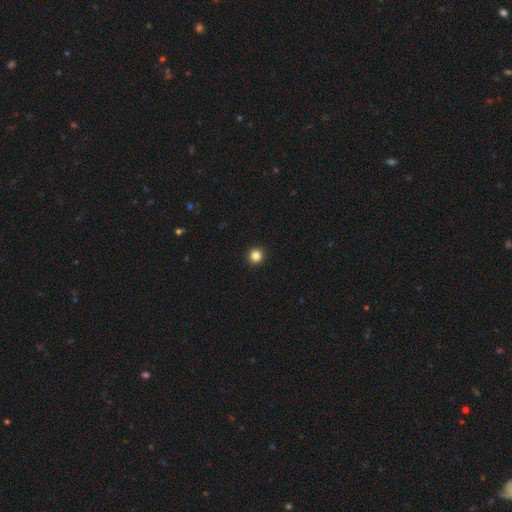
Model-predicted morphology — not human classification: This appears to be a smooth galaxy with no disk features (85%) that is round (95%). Merging: none (94%).